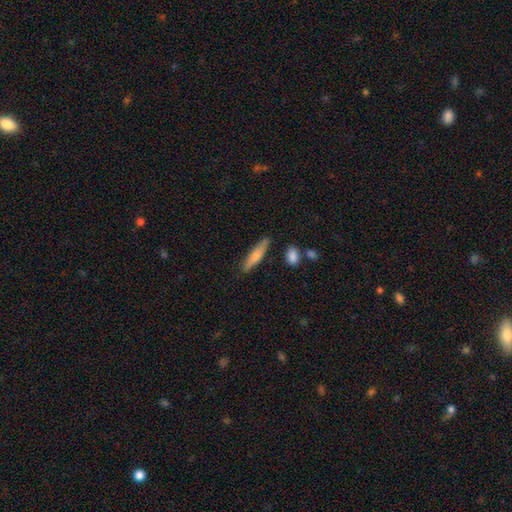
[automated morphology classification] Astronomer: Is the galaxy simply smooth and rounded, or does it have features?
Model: smooth — 66%.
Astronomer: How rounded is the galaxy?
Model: cigar-shaped — 83%.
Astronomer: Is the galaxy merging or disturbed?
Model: none — 83%.